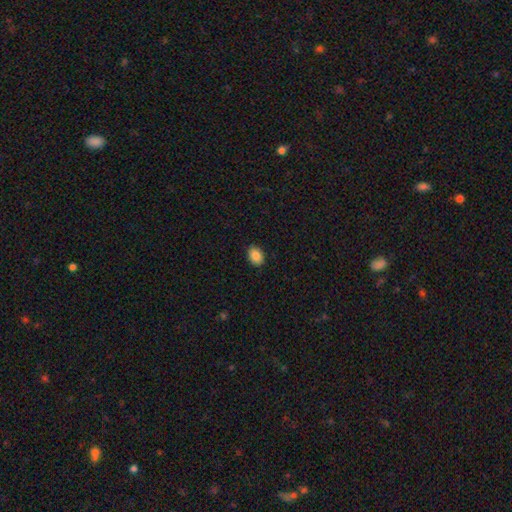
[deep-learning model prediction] This is clearly a smooth galaxy (87%). How rounded: likely in between (80%). Merging: clearly none (89%).